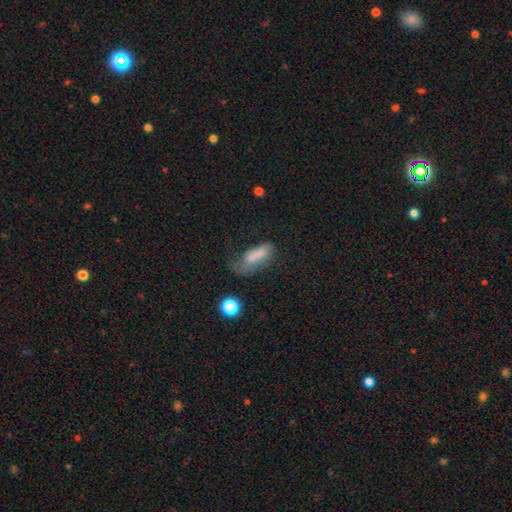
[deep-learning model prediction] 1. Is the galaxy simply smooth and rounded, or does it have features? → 68% smooth, 21% featured or disk, 11% star or artifact.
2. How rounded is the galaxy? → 68% in between, 28% cigar-shaped, 4% round.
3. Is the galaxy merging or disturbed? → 39% major disturbance, 27% none, 27% minor disturbance, 7% merger.